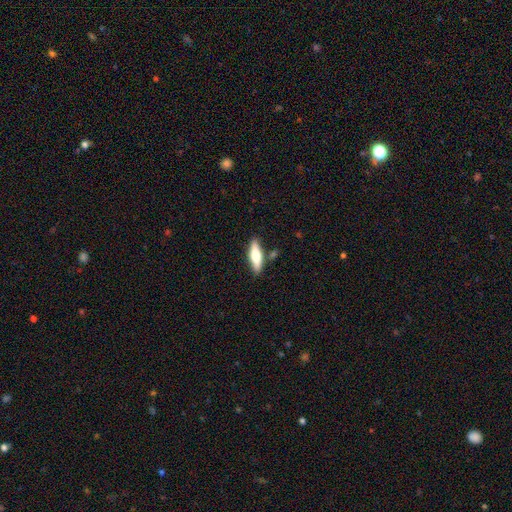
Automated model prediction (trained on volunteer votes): This is likely a smooth galaxy (62%). How rounded: possibly cigar-shaped (56%). Merging: clearly none (80%).